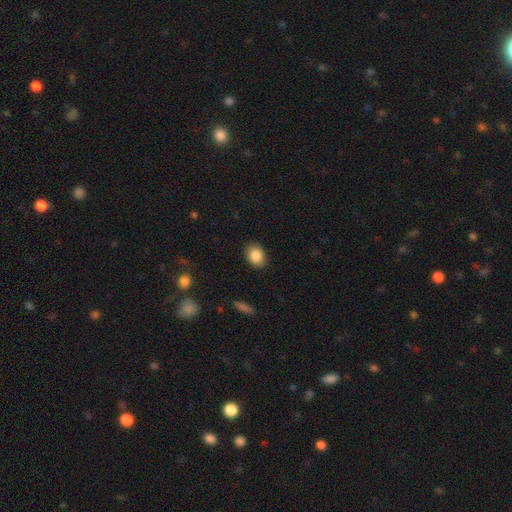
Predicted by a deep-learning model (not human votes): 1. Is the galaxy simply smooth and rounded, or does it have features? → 86% smooth, 8% star or artifact, 6% featured or disk.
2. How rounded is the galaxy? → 65% in between, 34% round, 1% cigar-shaped.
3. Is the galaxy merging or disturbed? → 88% none, 9% minor disturbance, 2% major disturbance, 1% merger.